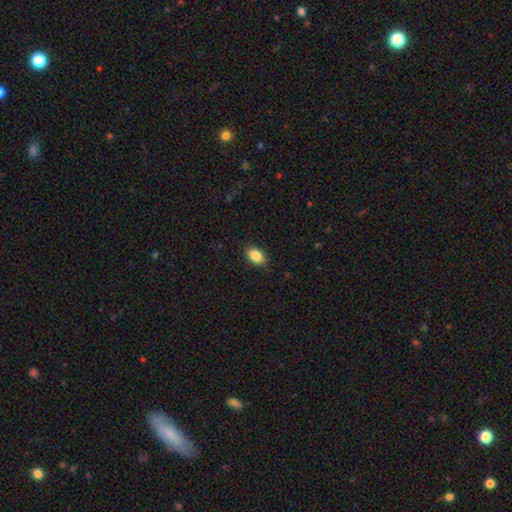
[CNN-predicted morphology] smooth 88%, star or artifact 8%, featured or disk 5%. Down the decision tree: how rounded — in between (89%); merging — none (88%).